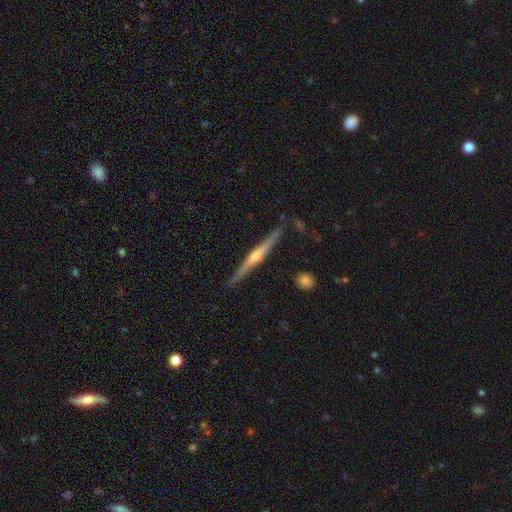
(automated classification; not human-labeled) featured or disk 78%, smooth 16%, star or artifact 5%. Down the decision tree: edge-on disk — yes (98%); edge-on bulge — rounded (82%); merging — none (89%).